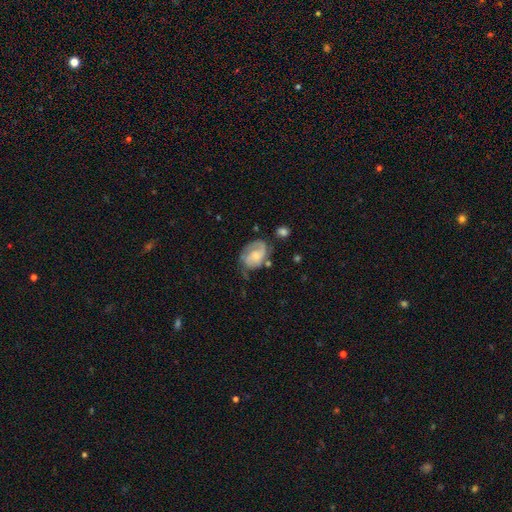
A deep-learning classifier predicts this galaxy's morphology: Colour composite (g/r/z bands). It shows a featured or disk galaxy (61%) with no bar (67%), 2 (51%) medium (41%) spiral arms (85%) and a small central bulge (47%). Merging: none (51%).